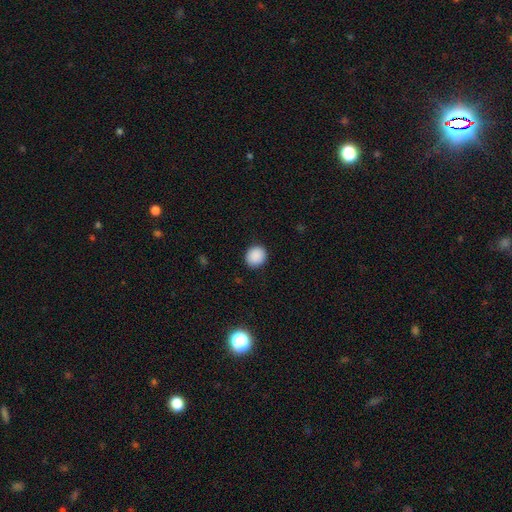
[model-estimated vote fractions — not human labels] Smooth or featured? Predicted: smooth (p=0.90). How rounded? Predicted: round (p=0.81). Merging? Predicted: none (p=0.91).